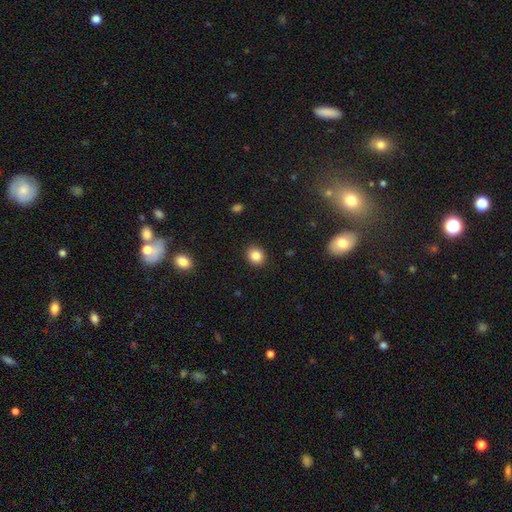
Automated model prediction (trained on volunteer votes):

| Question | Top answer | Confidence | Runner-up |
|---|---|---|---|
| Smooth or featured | smooth | 85% | star or artifact (10%) |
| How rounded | round | 66% | in between (33%) |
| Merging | none | 91% | minor disturbance (6%) |